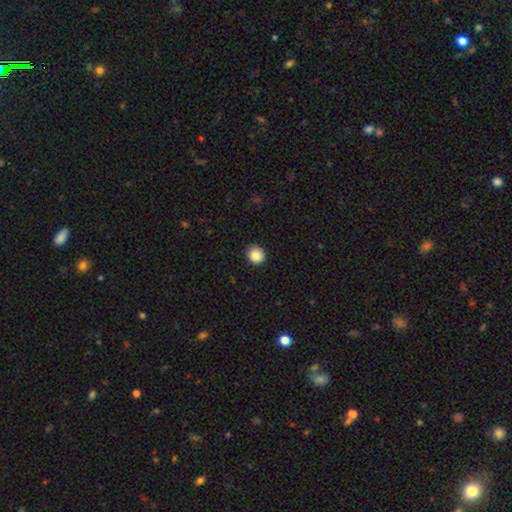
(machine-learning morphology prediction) Smooth or featured? smooth (87%)
How rounded? round (93%)
Merging? none (92%)